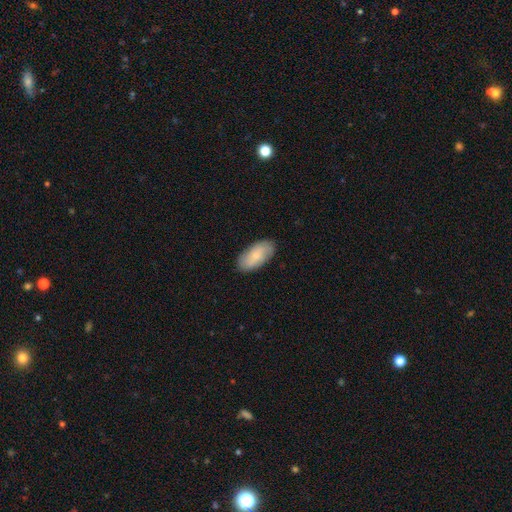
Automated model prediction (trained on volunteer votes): smooth_or_featured: smooth (p=0.68) [alt: featured or disk p=0.25]
how_rounded: in between (p=0.92) [alt: cigar-shaped p=0.05]
merging: none (p=0.84) [alt: minor disturbance p=0.12]